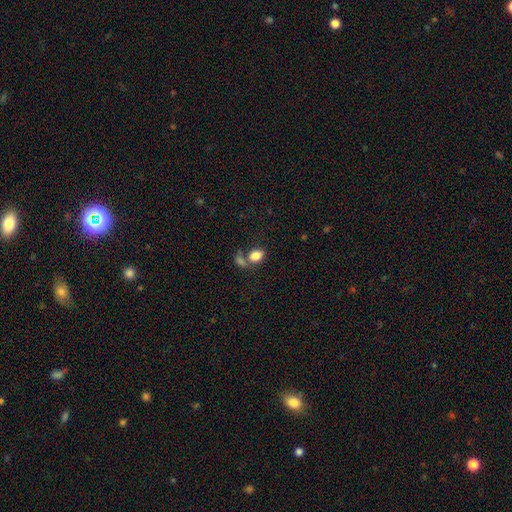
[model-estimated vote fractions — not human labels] This appears to be a smooth galaxy with no disk features (83%) that is in between round and cigar-shaped (75%). Merging: none (47%).